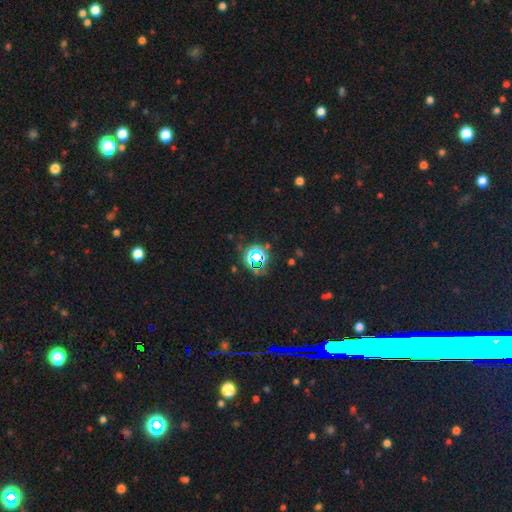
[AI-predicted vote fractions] Smooth or featured? Predicted: star or artifact (p=0.69).